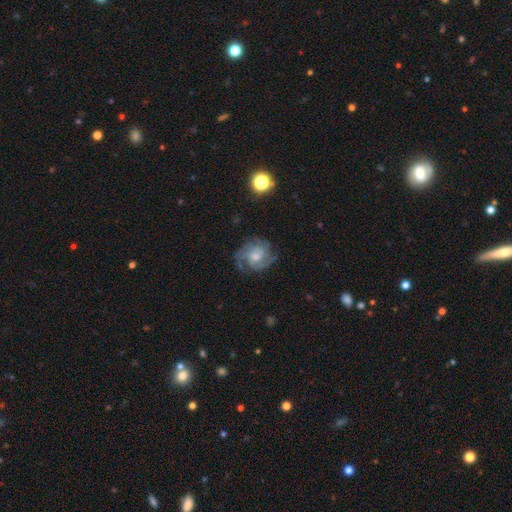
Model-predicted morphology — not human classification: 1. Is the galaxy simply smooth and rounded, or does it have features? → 85% featured or disk, 9% smooth, 6% star or artifact.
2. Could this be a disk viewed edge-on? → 98% no, 2% yes.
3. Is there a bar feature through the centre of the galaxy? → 65% no, 30% weak, 5% strong.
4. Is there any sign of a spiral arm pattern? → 97% yes, 3% no.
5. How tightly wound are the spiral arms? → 49% tight, 43% medium, 9% loose.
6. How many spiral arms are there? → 36% 3, 28% 2, 16% can't tell, 9% 4, 5% 1, 5% more than 4.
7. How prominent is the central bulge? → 49% moderate, 36% small, 8% large, 7% none, 1% dominant.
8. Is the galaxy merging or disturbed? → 73% none, 17% minor disturbance, 9% major disturbance, 1% merger.